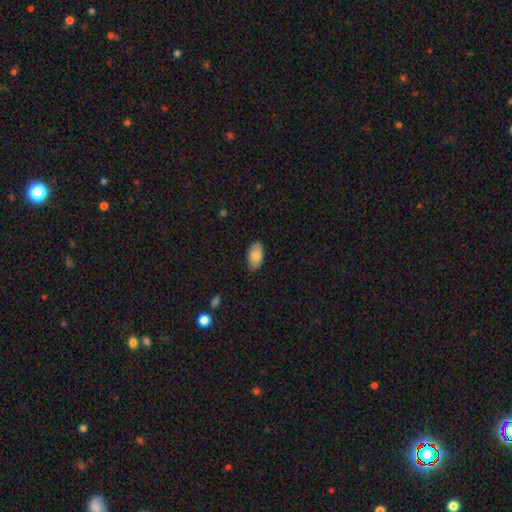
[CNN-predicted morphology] smooth-or-featured: smooth: 82% | featured or disk: 11% | star or artifact: 6%
  how-rounded: in between: 95% | round: 3% | cigar-shaped: 2%
  merging: none: 82% | minor disturbance: 14% | major disturbance: 2% | merger: 1%